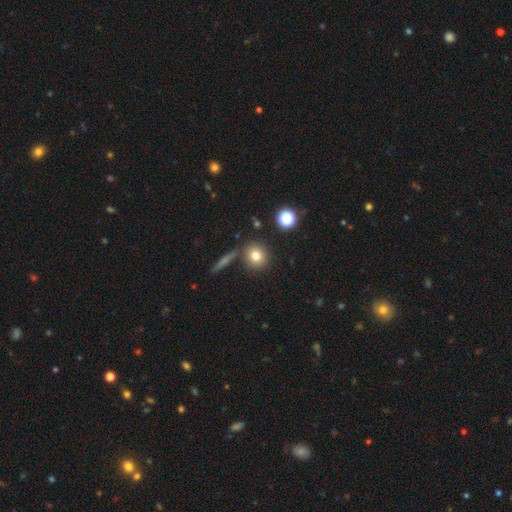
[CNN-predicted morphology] smooth 78%, star or artifact 12%, featured or disk 10%. Down the decision tree: how rounded — round (89%); merging — none (81%).